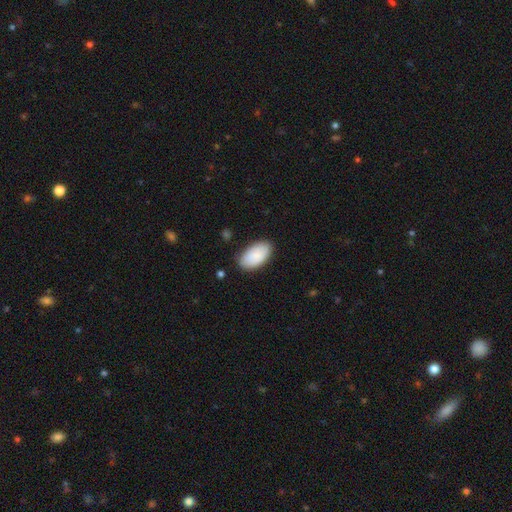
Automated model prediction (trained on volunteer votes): This is clearly a smooth galaxy (84%). How rounded: clearly in between (95%). Merging: clearly none (82%).